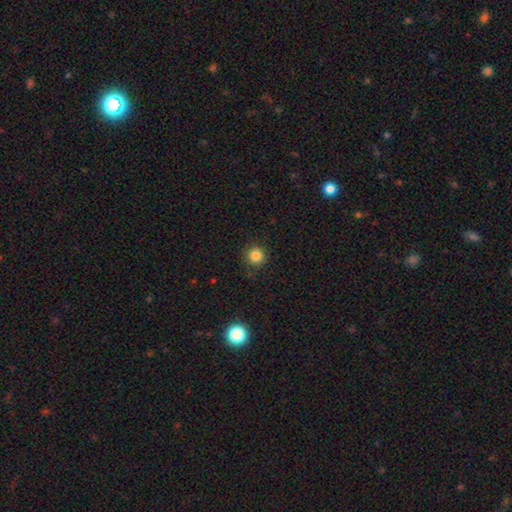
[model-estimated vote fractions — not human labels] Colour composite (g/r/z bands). It shows a smooth galaxy with no disk features (83%) that is round (95%). Merging: none (88%).